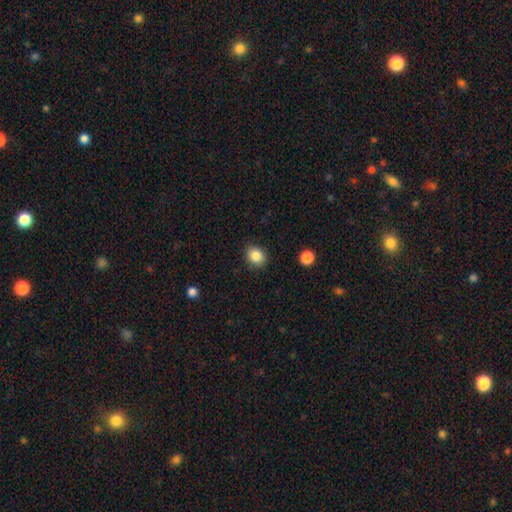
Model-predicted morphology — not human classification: type=smooth (85%); roundness=round (57%); merging=none (87%).